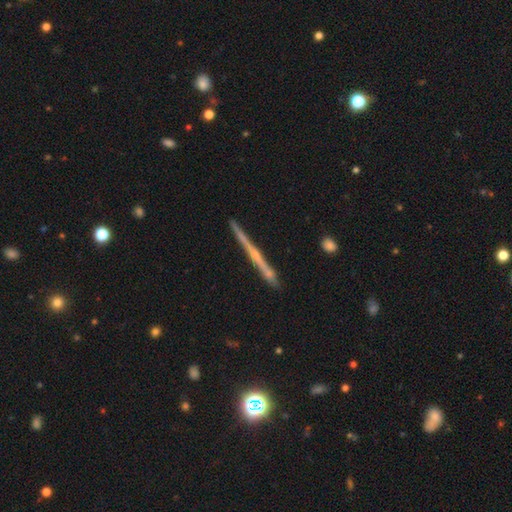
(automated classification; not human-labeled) A featured or disk galaxy (69%) viewed edge-on (98%) with no central bulge (53%). Merging: none (85%).